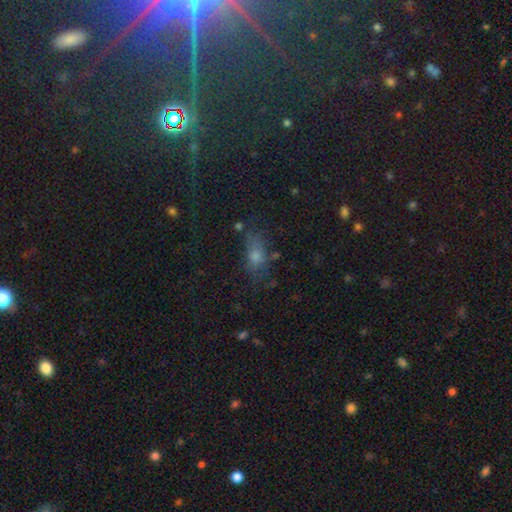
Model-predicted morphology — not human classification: Smooth or featured? Predicted: smooth (p=0.58). How rounded? Predicted: in between (p=0.67). Merging? Predicted: none (p=0.64).